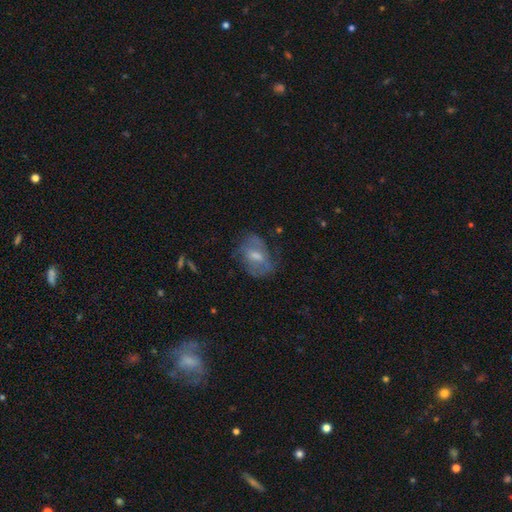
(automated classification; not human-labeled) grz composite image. It shows a featured or disk galaxy (54%) with a weak bar (47%), spiral arms (60%) and a moderate central bulge (50%). Merging: none (61%).